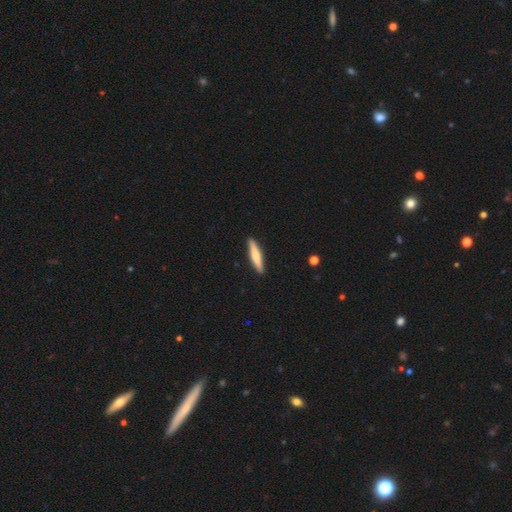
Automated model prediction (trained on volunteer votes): smooth 61%, featured or disk 34%, star or artifact 5%. Down the decision tree: how rounded — cigar-shaped (90%); merging — none (91%).